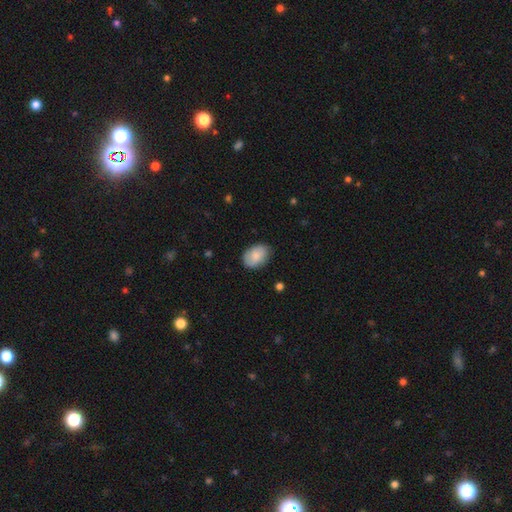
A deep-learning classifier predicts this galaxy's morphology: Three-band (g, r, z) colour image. It shows a smooth galaxy with no disk features (84%) that is in between round and cigar-shaped (85%). Merging: none (81%).